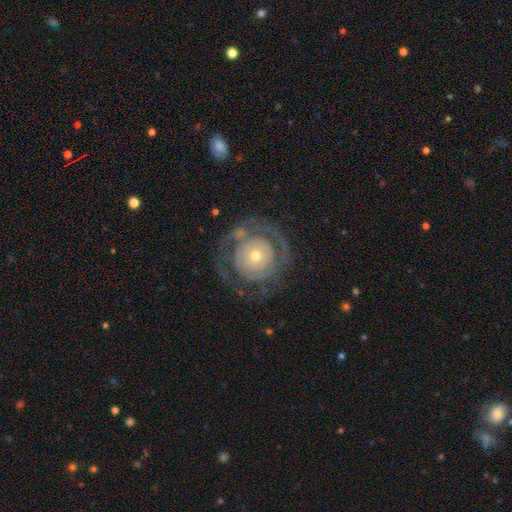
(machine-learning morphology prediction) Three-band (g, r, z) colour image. It shows a featured or disk galaxy (73%) with no bar (87%), spiral arms (66%) and a small central bulge (64%). Merging: none (70%).